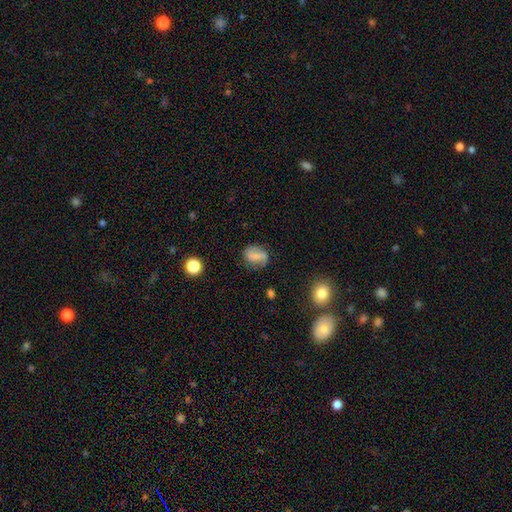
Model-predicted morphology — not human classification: smooth-or-featured: smooth: 47% | featured or disk: 43% | star or artifact: 10%
  merging: none: 70% | minor disturbance: 20% | major disturbance: 7% | merger: 3%